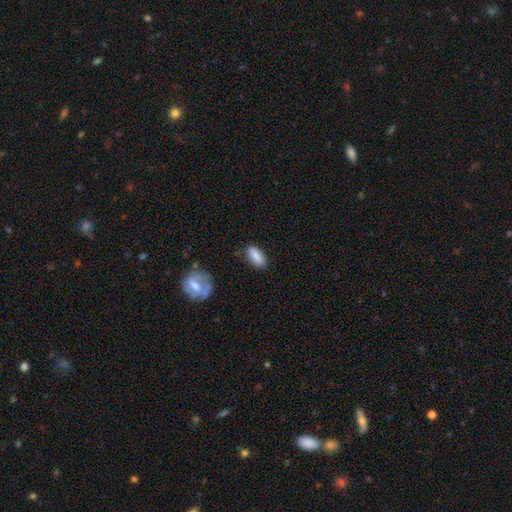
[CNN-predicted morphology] This appears to be a smooth galaxy with no disk features (83%) that is in between round and cigar-shaped (76%). Merging: none (80%).